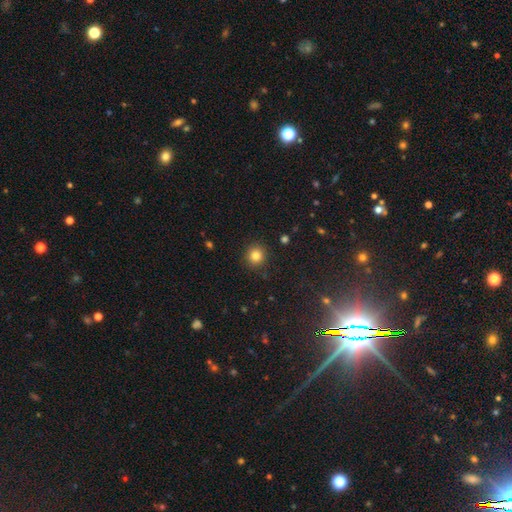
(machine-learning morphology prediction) A smooth galaxy with no disk features (83%) that is round (92%).

Vote fractions:
- Smooth or featured? smooth: 83% / star or artifact: 12% / featured or disk: 5%
- How rounded? round: 92% / in between: 7% / cigar-shaped: 1%
- Merging? none: 90% / minor disturbance: 7% / major disturbance: 2% / merger: 1%